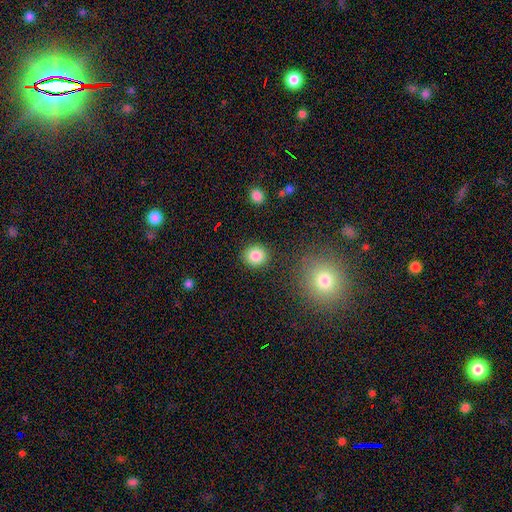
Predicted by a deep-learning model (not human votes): Smooth or featured: smooth — 85% (star or artifact — 9%)
How rounded: round — 86% (in between — 13%)
Merging: none — 89% (minor disturbance — 6%)